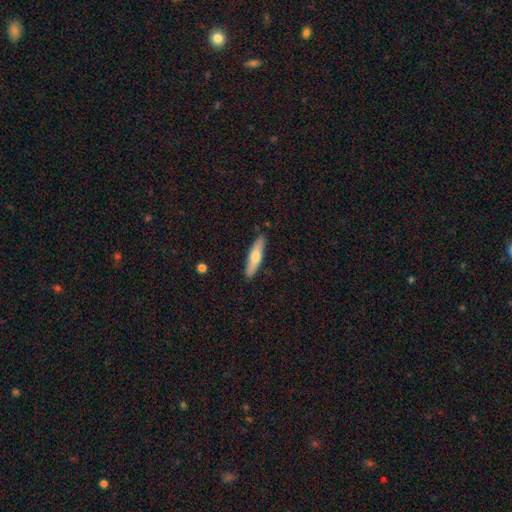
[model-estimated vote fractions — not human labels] smooth_or_featured: smooth (p=0.65) [alt: featured or disk p=0.30]
how_rounded: cigar-shaped (p=0.76) [alt: in between p=0.22]
merging: none (p=0.87) [alt: minor disturbance p=0.10]